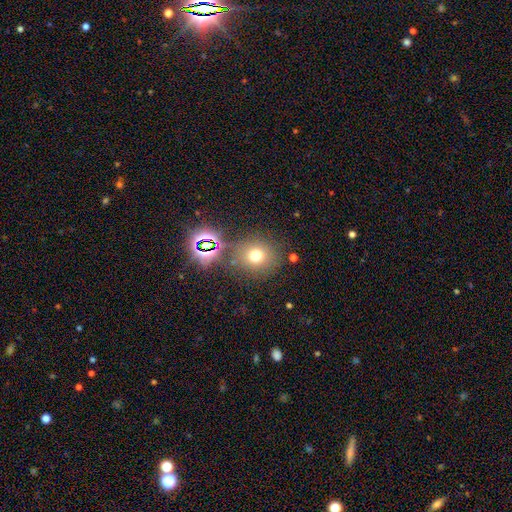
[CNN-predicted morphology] This appears to be a smooth galaxy with no disk features (64%) that is round (82%). Merging: none (77%).